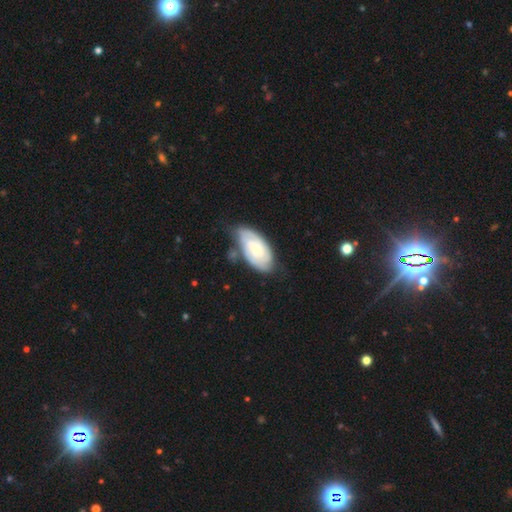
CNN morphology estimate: smooth-or-featured: featured or disk: 55% | smooth: 39% | star or artifact: 6%
  disk-edge-on: no: 93% | yes: 7%
    bar: no: 70% | weak: 25% | strong: 5%
    has-spiral-arms: yes: 79% | no: 21%
    bulge-size: small: 56% | moderate: 38% | large: 3% | none: 2% | dominant: 1%
  merging: none: 56% | minor disturbance: 28% | major disturbance: 9% | merger: 7%